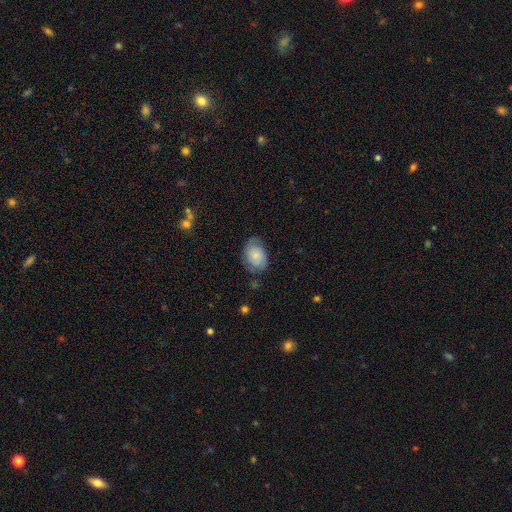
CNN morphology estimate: A smooth galaxy with no disk features (69%) that is in between round and cigar-shaped (83%).

Vote fractions:
- Smooth or featured? smooth: 69% / featured or disk: 24% / star or artifact: 7%
- How rounded? in between: 83% / round: 16% / cigar-shaped: 1%
- Merging? none: 67% / minor disturbance: 24% / major disturbance: 7% / merger: 2%